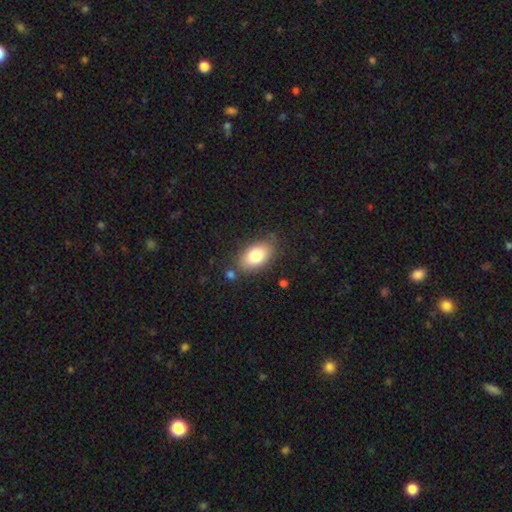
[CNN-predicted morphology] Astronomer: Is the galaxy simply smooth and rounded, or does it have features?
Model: smooth — 79%.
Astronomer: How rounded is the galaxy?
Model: in between — 90%.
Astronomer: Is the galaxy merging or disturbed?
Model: none — 76%.